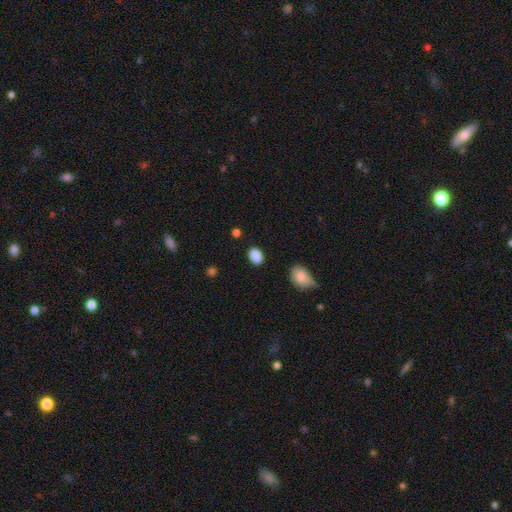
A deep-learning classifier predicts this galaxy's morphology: This appears to be a smooth galaxy with no disk features (88%) that is in between round and cigar-shaped (71%). Merging: none (84%).